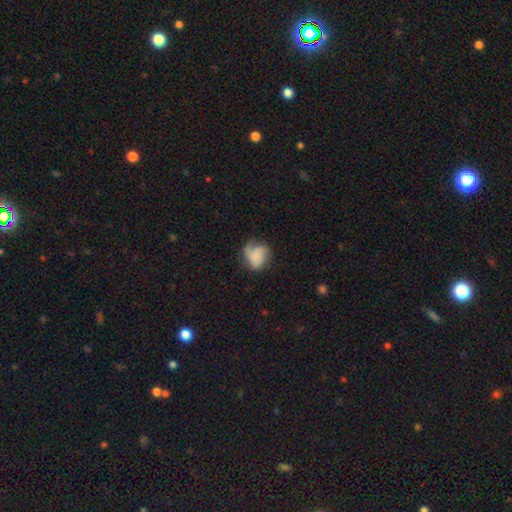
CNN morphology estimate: This is possibly a smooth galaxy (48%). Merging: possibly none (53%).